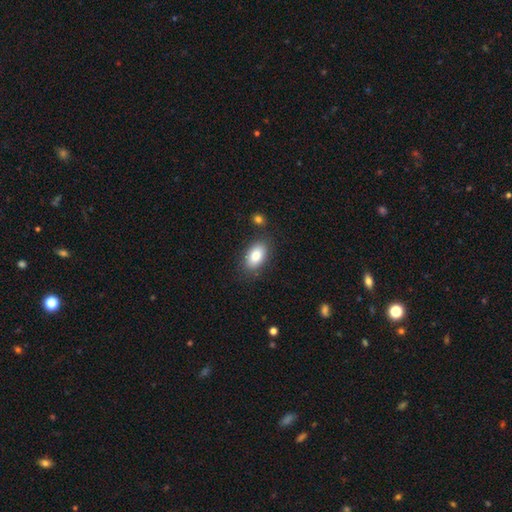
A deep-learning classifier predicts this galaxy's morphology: Smooth or featured: smooth — 83% (featured or disk — 10%)
How rounded: in between — 92% (round — 6%)
Merging: none — 82% (minor disturbance — 11%)